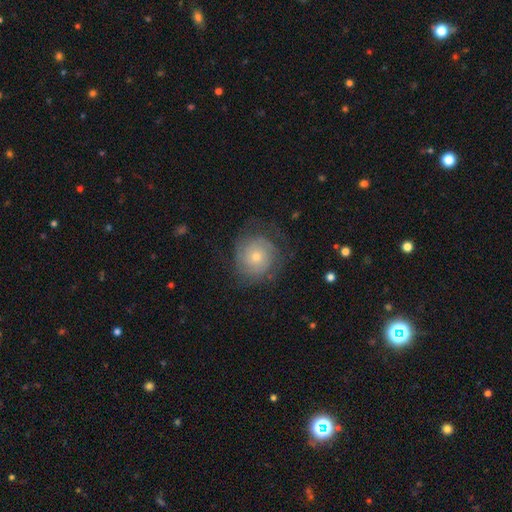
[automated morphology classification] Smooth or featured? Predicted: featured or disk (p=0.65). Edge-on disk? Predicted: no (p=0.97). Bar? Predicted: no (p=0.84). Spiral arms? Predicted: yes (p=0.86). Spiral winding? Predicted: tight (p=0.70). Spiral arm count? Predicted: can't tell (p=0.43). Bulge size? Predicted: small (p=0.60). Merging? Predicted: none (p=0.71).